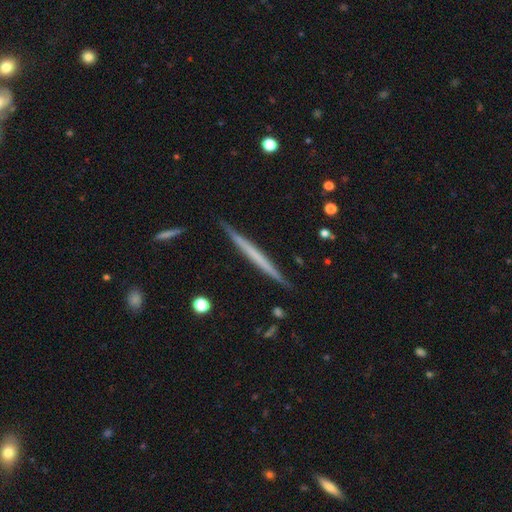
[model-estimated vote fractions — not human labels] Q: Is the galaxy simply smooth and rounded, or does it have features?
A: featured or disk — 54%.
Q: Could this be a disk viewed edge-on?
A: yes — 98%.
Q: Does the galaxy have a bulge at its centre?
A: none — 91%.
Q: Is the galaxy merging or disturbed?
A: none — 90%.